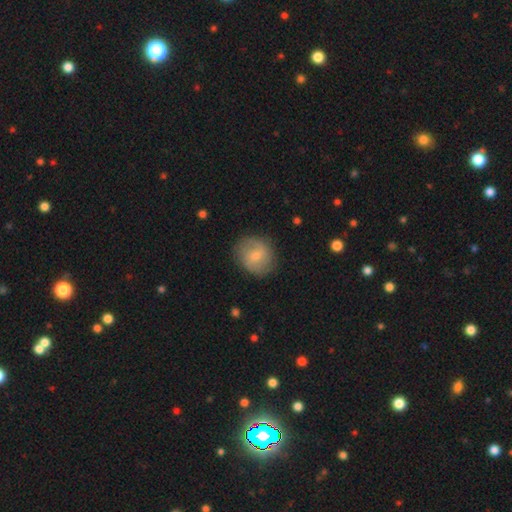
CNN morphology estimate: smooth-or-featured: smooth: 49% | featured or disk: 44% | star or artifact: 7%
  merging: none: 80% | minor disturbance: 14% | major disturbance: 5% | merger: 1%